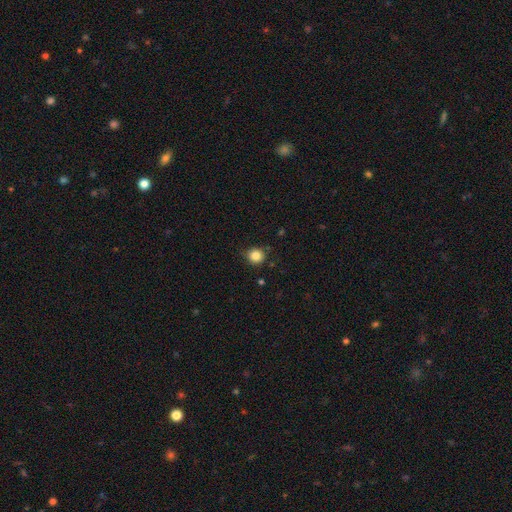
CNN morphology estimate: Overall: smooth (84%). How rounded: round (91%). Merging: none (84%).